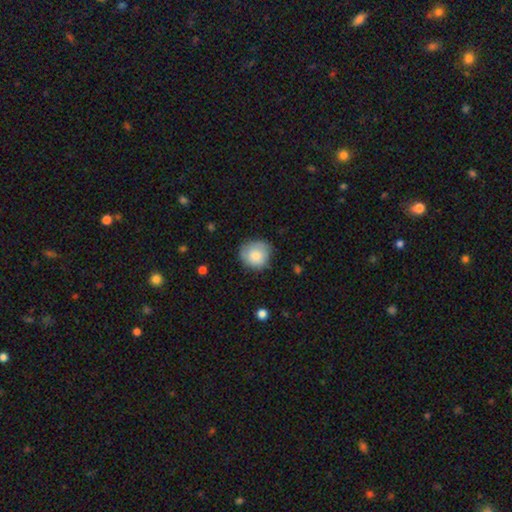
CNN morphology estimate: smooth-or-featured: smooth: 79% | featured or disk: 14% | star or artifact: 7%
  how-rounded: round: 85% | in between: 14% | cigar-shaped: 1%
  merging: none: 70% | minor disturbance: 24% | major disturbance: 5% | merger: 2%